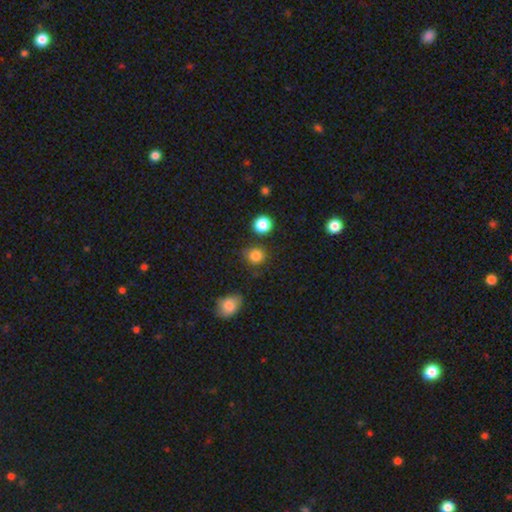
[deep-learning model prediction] Smooth or featured? Predicted: smooth (p=0.83). How rounded? Predicted: round (p=0.81). Merging? Predicted: none (p=0.77).